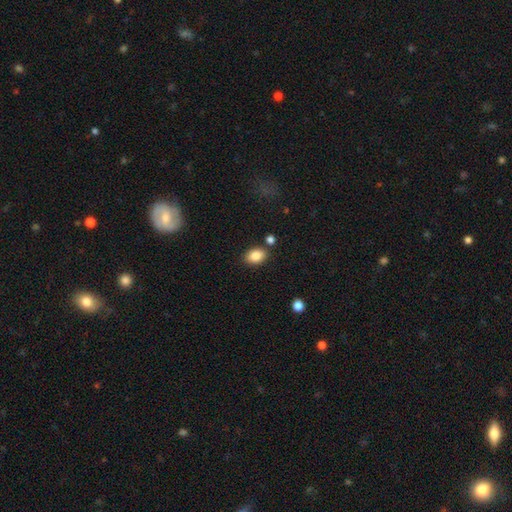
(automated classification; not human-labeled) Smooth or featured? Predicted: smooth (p=0.86). How rounded? Predicted: in between (p=0.81). Merging? Predicted: none (p=0.81).